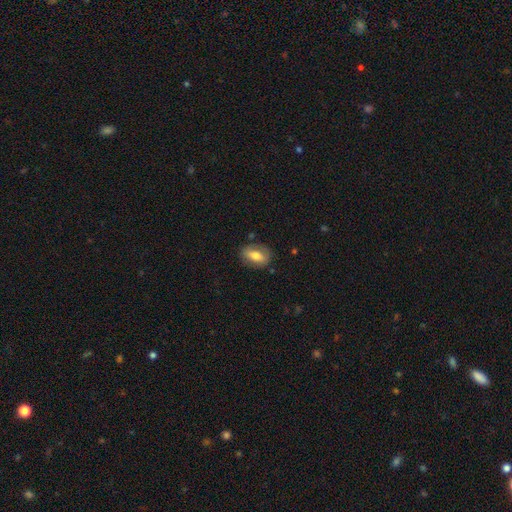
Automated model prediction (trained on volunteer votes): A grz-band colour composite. It shows a smooth galaxy with no disk features (62%) that is in between round and cigar-shaped (82%). Merging: none (79%).